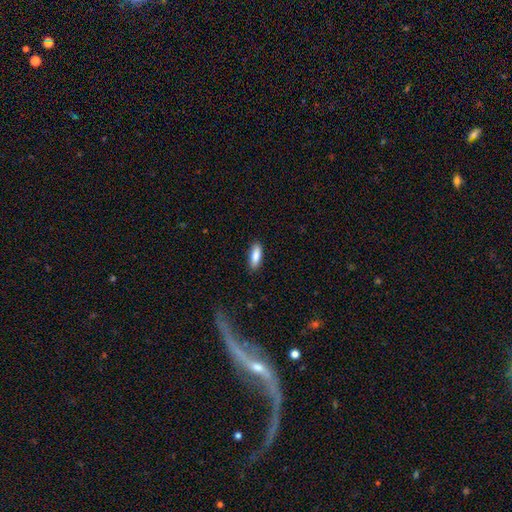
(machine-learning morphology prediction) Smooth or featured: smooth — 87% (featured or disk — 7%)
How rounded: in between — 68% (cigar-shaped — 30%)
Merging: none — 87% (minor disturbance — 10%)